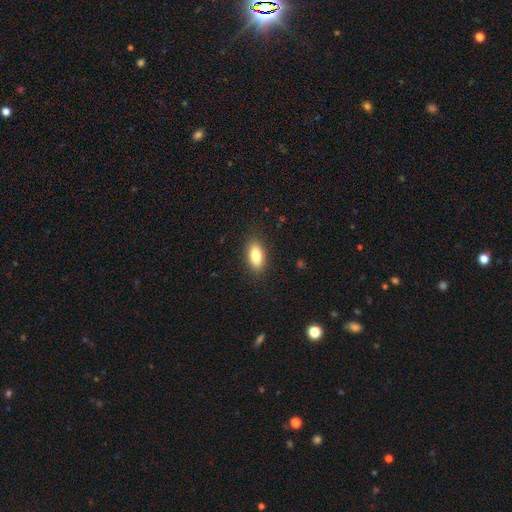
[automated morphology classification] This appears to be a smooth galaxy with no disk features (82%) that is in between round and cigar-shaped (86%). Merging: none (87%).